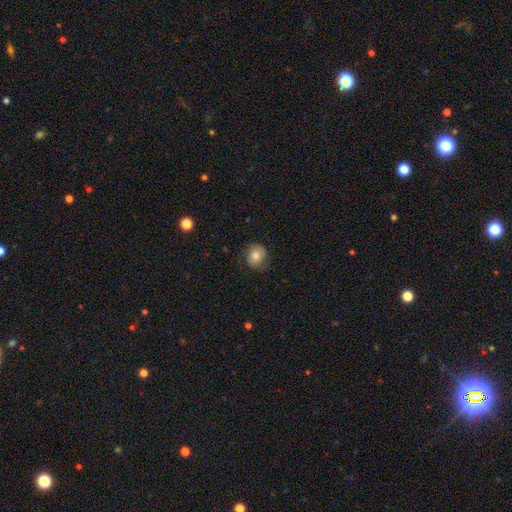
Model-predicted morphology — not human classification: The model was most divided on "how rounded": round: 77%, in between: 22%, cigar-shaped: 1%. More confident: smooth or featured — smooth (76%); merging — none (75%).